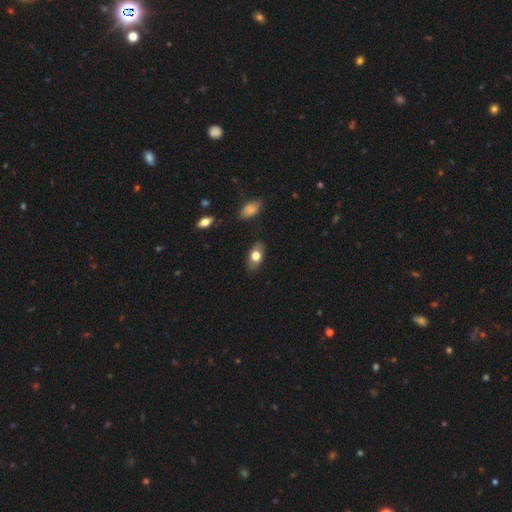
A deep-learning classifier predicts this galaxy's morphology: type=smooth (72%); roundness=in between (87%); merging=none (84%).